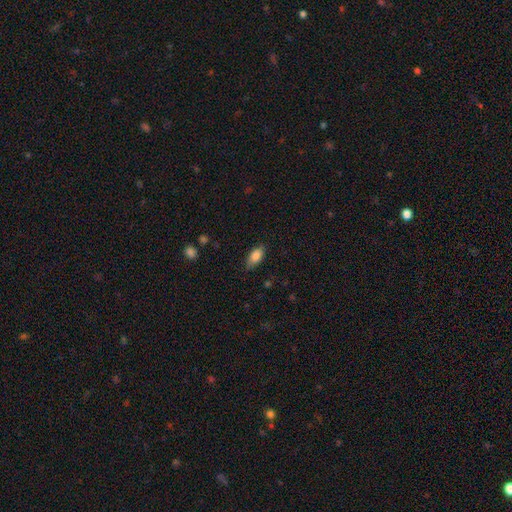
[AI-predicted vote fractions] Smooth or featured?
  - smooth: 84% *
  - featured or disk: 9%
  - star or artifact: 7%
How rounded?
  - in between: 88% *
  - cigar-shaped: 9%
  - round: 3%
Merging?
  - none: 79% *
  - minor disturbance: 17%
  - major disturbance: 4%
  - merger: 1%